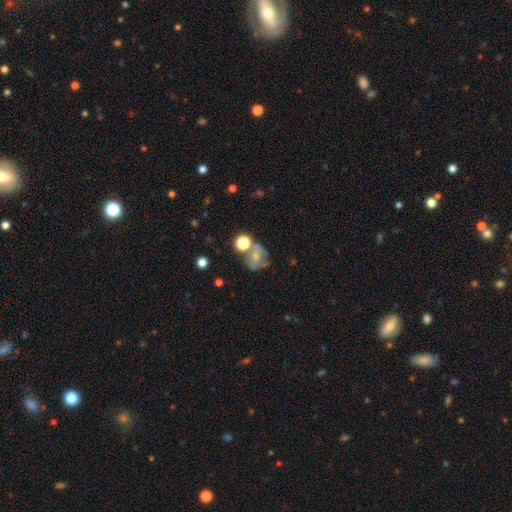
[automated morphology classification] smooth-or-featured: smooth: 51% | featured or disk: 35% | star or artifact: 15%
  how-rounded: round: 66% | in between: 33% | cigar-shaped: 1%
  merging: none: 43% | merger: 25% | minor disturbance: 19% | major disturbance: 13%